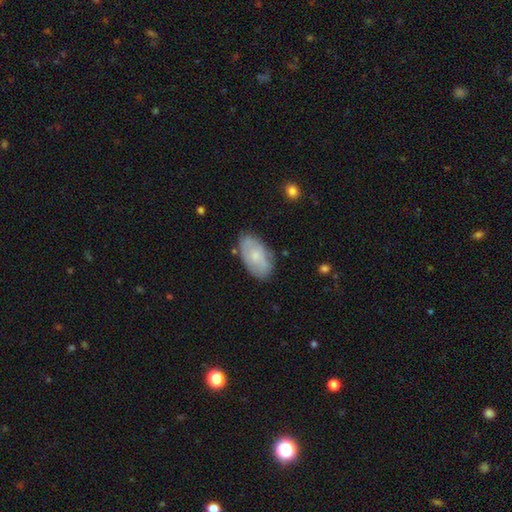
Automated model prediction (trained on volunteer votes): Q: Smooth or featured?
A: smooth (56%); runner-up: featured or disk (38%)
Q: How rounded?
A: in between (94%); runner-up: round (4%)
Q: Merging?
A: none (74%); runner-up: minor disturbance (20%)